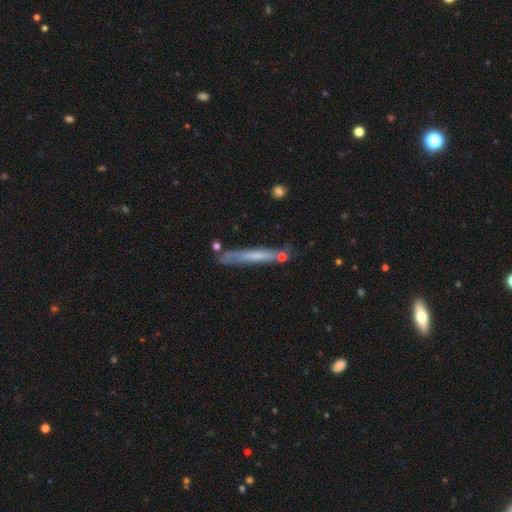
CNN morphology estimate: A smooth galaxy with no disk features (52%) that is cigar-shaped (95%). Merging: none (68%).